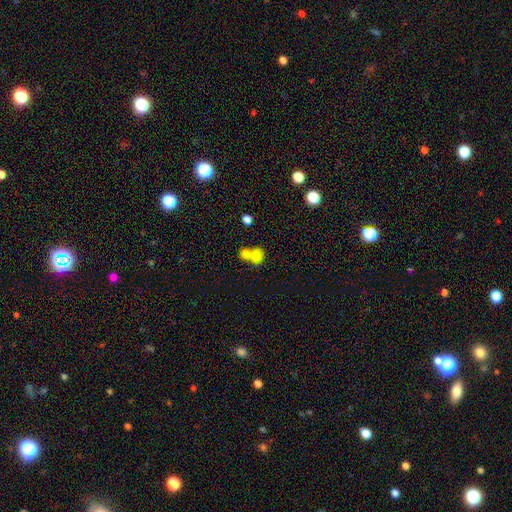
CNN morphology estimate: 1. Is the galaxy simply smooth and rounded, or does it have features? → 79% smooth, 11% star or artifact, 11% featured or disk.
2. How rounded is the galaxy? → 52% in between, 47% round, 2% cigar-shaped.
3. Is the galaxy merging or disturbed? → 64% merger, 25% none, 7% minor disturbance, 4% major disturbance.